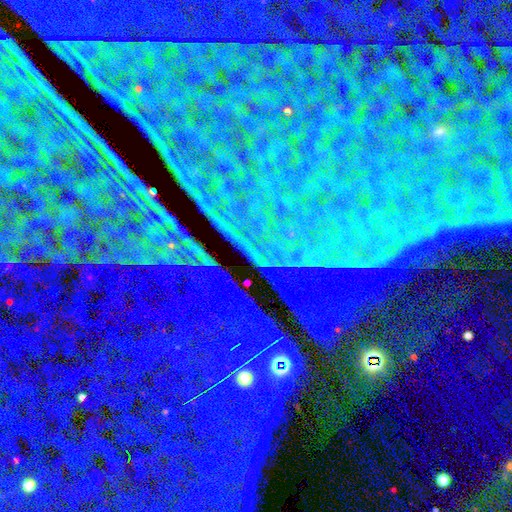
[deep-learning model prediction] A star or artifact, not a galaxy (87%).

Vote fractions:
- Smooth or featured? star or artifact: 87% / featured or disk: 7% / smooth: 6%